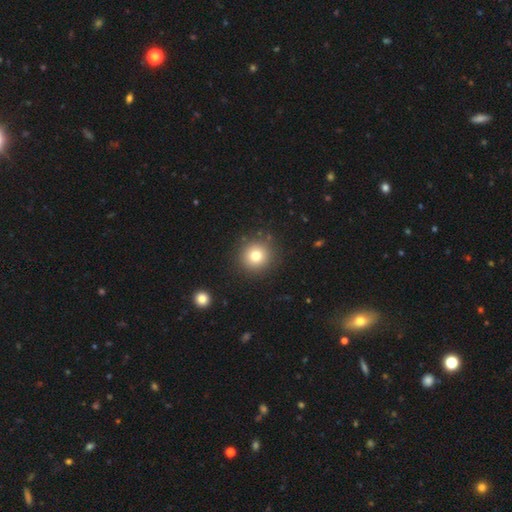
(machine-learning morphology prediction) Smooth or featured: smooth — 77% (star or artifact — 13%)
How rounded: round — 93% (in between — 6%)
Merging: none — 89% (minor disturbance — 7%)